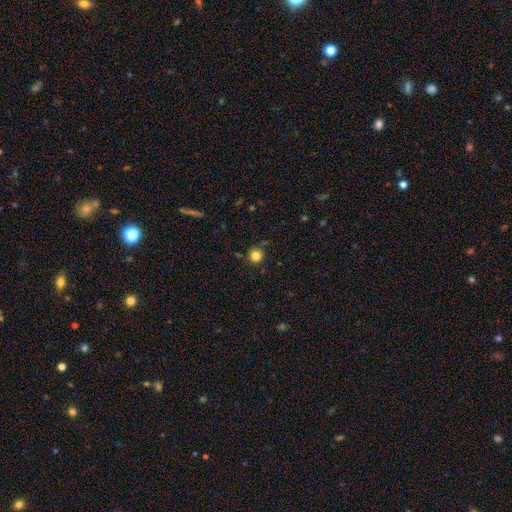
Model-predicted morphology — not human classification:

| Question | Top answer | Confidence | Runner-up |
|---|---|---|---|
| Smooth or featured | smooth | 82% | star or artifact (12%) |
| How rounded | round | 93% | in between (6%) |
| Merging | none | 86% | minor disturbance (9%) |